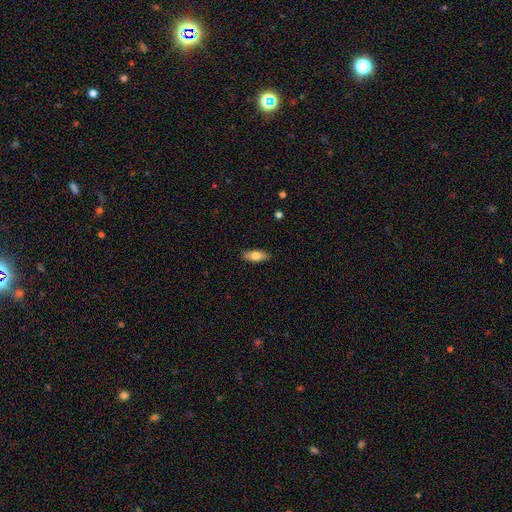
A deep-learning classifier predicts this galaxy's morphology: Q: Smooth or featured?
A: smooth (72%); runner-up: featured or disk (22%)
Q: How rounded?
A: in between (76%); runner-up: cigar-shaped (21%)
Q: Merging?
A: none (88%); runner-up: minor disturbance (10%)